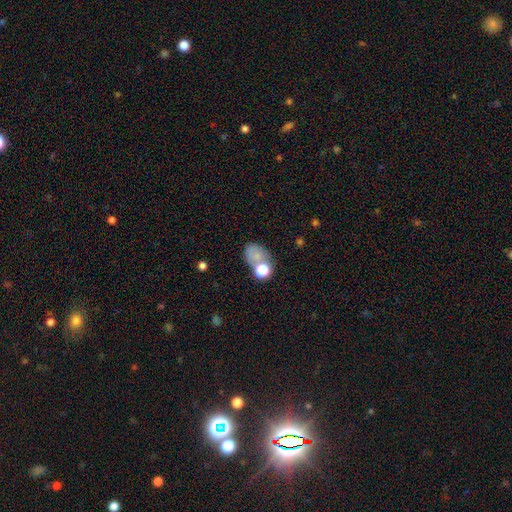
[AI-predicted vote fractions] Morphology: type=smooth (69%); roundness=in between (66%); merging=none (39%).